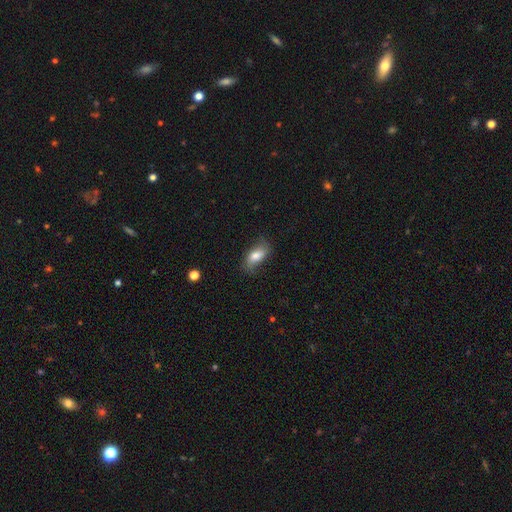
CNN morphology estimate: Smooth or featured? Predicted: smooth (p=0.66). How rounded? Predicted: in between (p=0.86). Merging? Predicted: none (p=0.67).